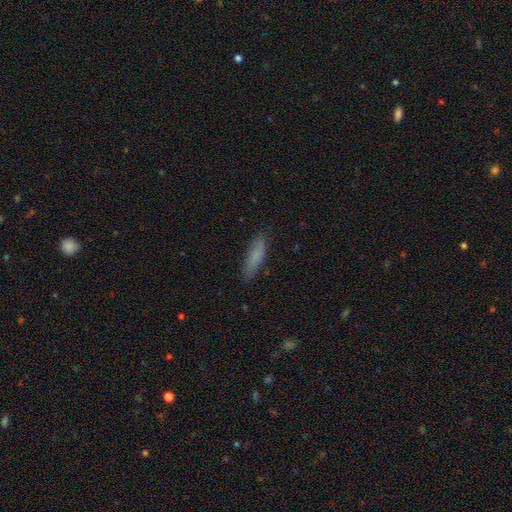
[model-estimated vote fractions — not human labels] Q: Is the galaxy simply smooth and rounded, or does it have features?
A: smooth — 79%.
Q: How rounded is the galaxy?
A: cigar-shaped — 72%.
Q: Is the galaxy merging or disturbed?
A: none — 82%.